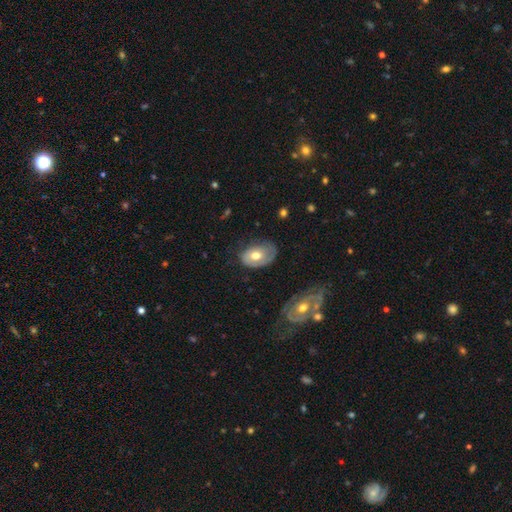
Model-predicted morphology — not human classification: Smooth or featured? Predicted: smooth (p=0.52). How rounded? Predicted: in between (p=0.85). Merging? Predicted: none (p=0.53).